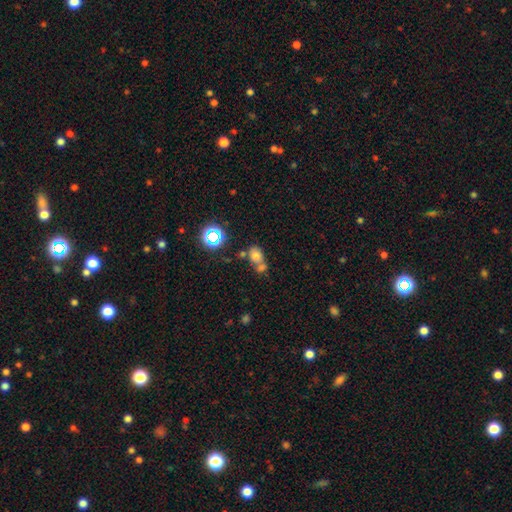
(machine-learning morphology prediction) Smooth or featured?
  - smooth: 68% *
  - star or artifact: 19%
  - featured or disk: 13%
How rounded?
  - in between: 60% *
  - round: 39%
  - cigar-shaped: 2%
Merging?
  - merger: 48% *
  - none: 35%
  - minor disturbance: 11%
  - major disturbance: 6%